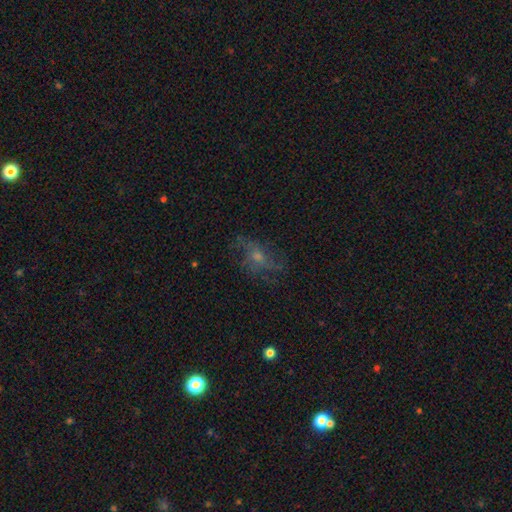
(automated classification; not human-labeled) Smooth or featured?
  - featured or disk: 58% *
  - smooth: 21%
  - star or artifact: 21%
Edge-on disk?
  - no: 92% *
  - yes: 8%
Bar?
  - no: 69% *
  - weak: 25%
  - strong: 5%
Spiral arms?
  - yes: 80% *
  - no: 20%
Bulge size?
  - small: 44% * (tied)
  - moderate: 44% * (tied)
  - none: 5%
  - large: 5%
  - dominant: 2%
Merging?
  - none: 67% *
  - minor disturbance: 18%
  - major disturbance: 13%
  - merger: 1%